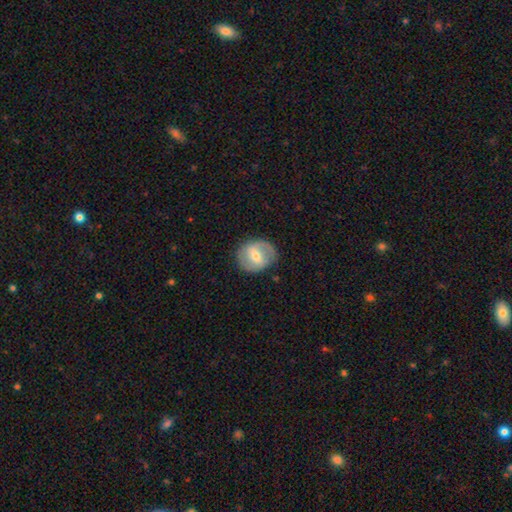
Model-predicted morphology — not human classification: This is likely a featured or disk galaxy (60%). It is clearly not viewed edge-on (96%). Bar: marginally weak (43%). Spiral arm pattern: possibly yes (59%). Central bulge: possibly moderate (55%). Merging: likely none (80%).